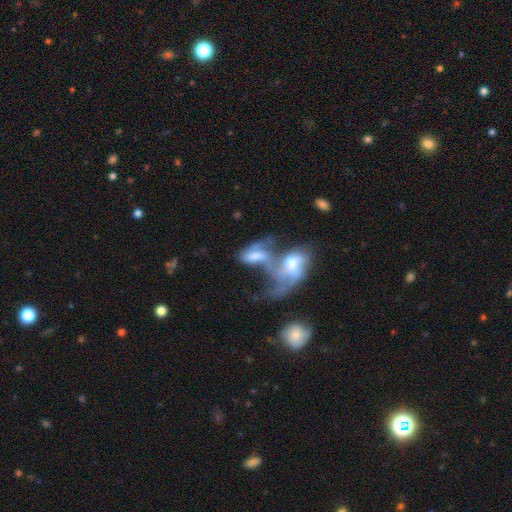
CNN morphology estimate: This is possibly a featured or disk galaxy (51%). It is clearly not viewed edge-on (94%). Merging: likely merger (74%).